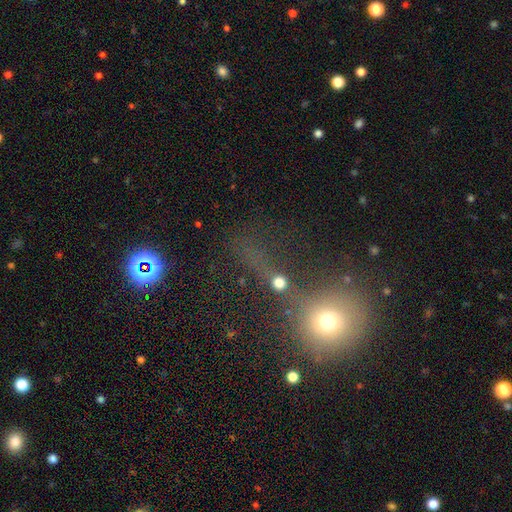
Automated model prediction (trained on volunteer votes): Q: Smooth or featured?
A: star or artifact (51%); runner-up: smooth (35%)